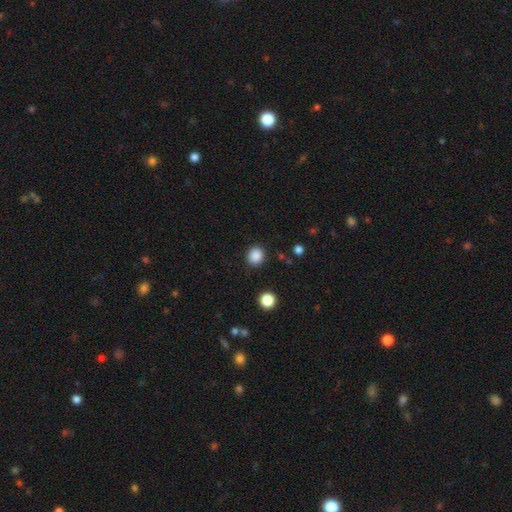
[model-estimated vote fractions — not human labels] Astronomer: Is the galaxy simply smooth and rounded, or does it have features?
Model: smooth — 86%.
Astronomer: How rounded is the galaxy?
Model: round — 86%.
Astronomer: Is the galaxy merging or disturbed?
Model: none — 89%.